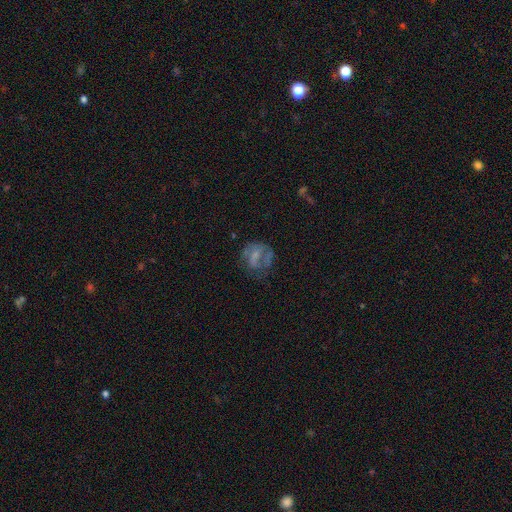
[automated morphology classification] Smooth or featured? featured or disk (49%)
Merging? none (44%)